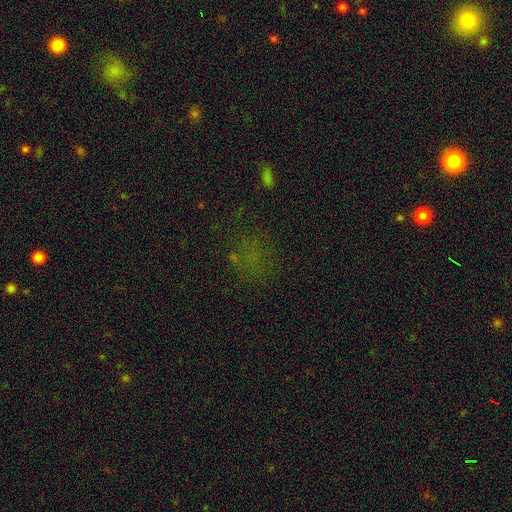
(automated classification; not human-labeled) star or artifact 47%, smooth 40%, featured or disk 13%.